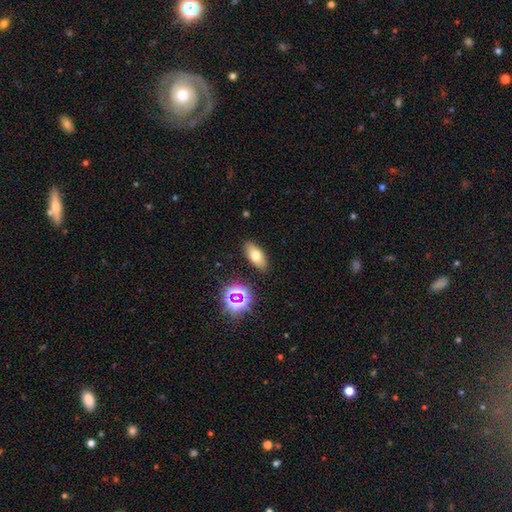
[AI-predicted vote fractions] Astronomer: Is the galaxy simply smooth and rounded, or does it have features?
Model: smooth — 69%.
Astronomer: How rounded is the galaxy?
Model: in between — 81%.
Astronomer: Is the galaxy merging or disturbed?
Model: none — 87%.